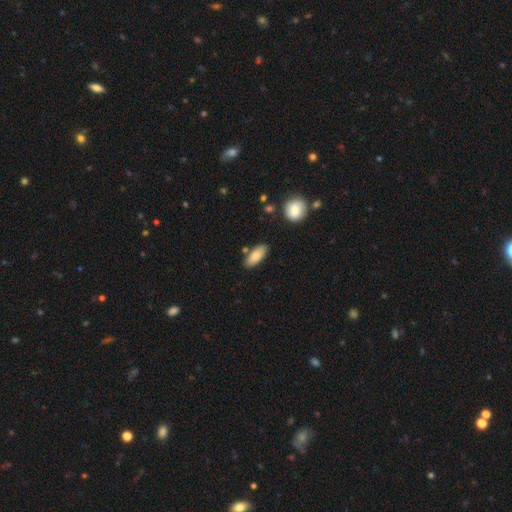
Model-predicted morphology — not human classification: Smooth or featured?
  - smooth: 80% *
  - featured or disk: 14%
  - star or artifact: 6%
How rounded?
  - in between: 82% *
  - cigar-shaped: 15%
  - round: 2%
Merging?
  - none: 80% *
  - minor disturbance: 13%
  - merger: 5%
  - major disturbance: 2%